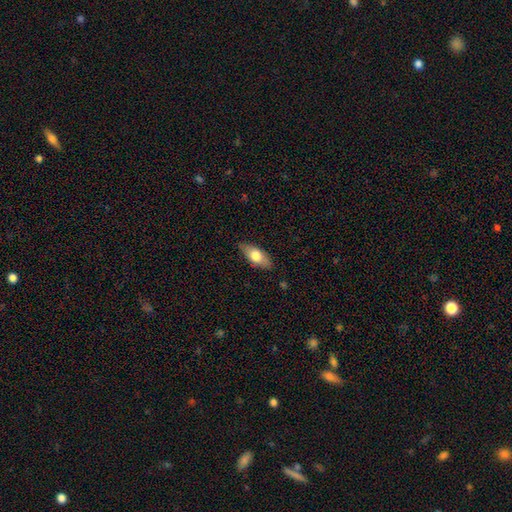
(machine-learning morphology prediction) smooth_or_featured: smooth (p=0.67) [alt: featured or disk p=0.28]
how_rounded: in between (p=0.79) [alt: cigar-shaped p=0.18]
merging: none (p=0.83) [alt: minor disturbance p=0.14]